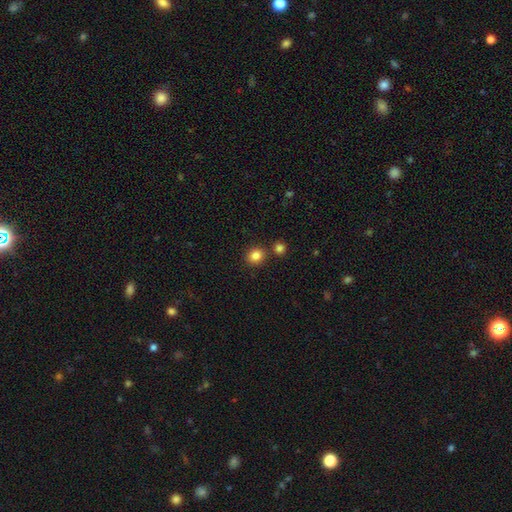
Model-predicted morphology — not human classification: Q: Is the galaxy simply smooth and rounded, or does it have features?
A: smooth — 84%.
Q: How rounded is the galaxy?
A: round — 83%.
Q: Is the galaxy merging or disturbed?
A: none — 82%.